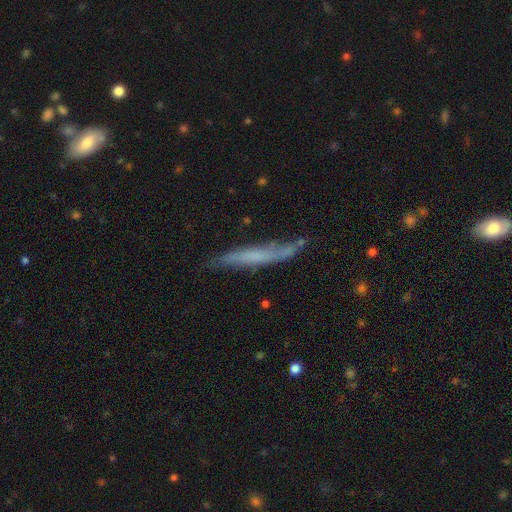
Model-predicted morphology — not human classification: This is possibly a featured or disk galaxy (46%, tied with smooth). Merging: likely none (64%).